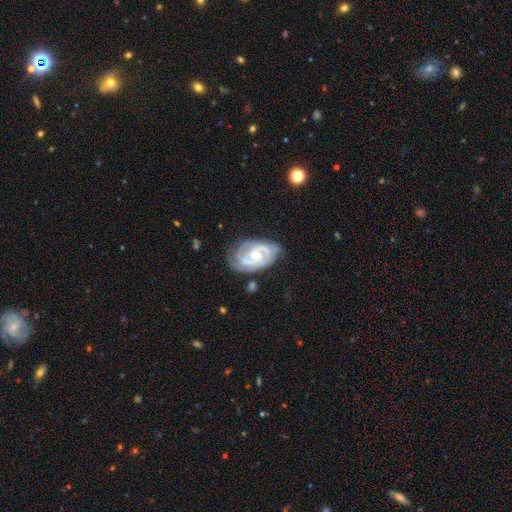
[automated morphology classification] Smooth or featured? Predicted: featured or disk (p=0.88). Edge-on disk? Predicted: no (p=0.97). Bar? Predicted: no (p=0.50). Spiral arms? Predicted: yes (p=0.97). Spiral winding? Predicted: tight (p=0.64). Spiral arm count? Predicted: 2 (p=0.40). Bulge size? Predicted: small (p=0.53). Merging? Predicted: none (p=0.72).